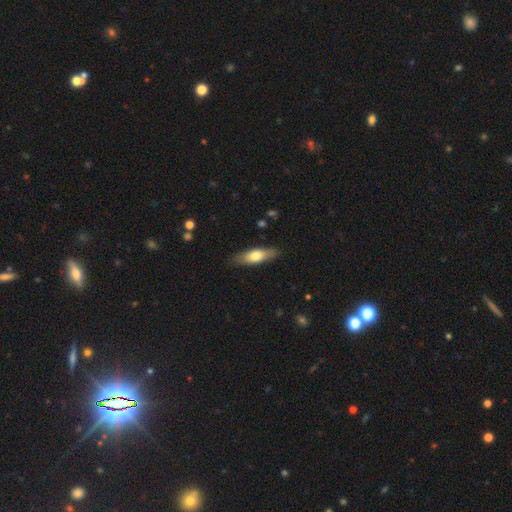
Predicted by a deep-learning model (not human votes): The model was most divided on "how rounded" (2-way tie): cigar-shaped: 49%, in between: 49%, round: 2%. More confident: merging — none (85%); smooth or featured — smooth (66%).